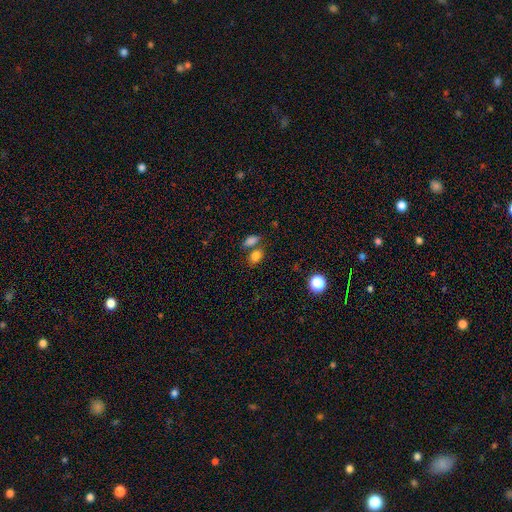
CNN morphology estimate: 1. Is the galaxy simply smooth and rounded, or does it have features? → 82% smooth, 11% star or artifact, 6% featured or disk.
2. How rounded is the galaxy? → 78% in between, 20% round, 2% cigar-shaped.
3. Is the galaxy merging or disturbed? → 56% none, 30% merger, 11% minor disturbance, 4% major disturbance.